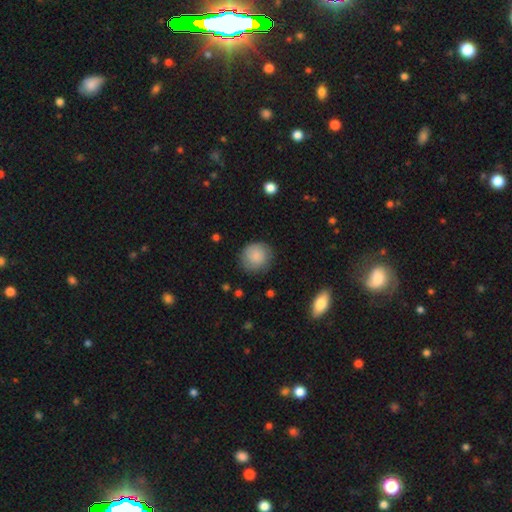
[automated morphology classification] smooth-or-featured: smooth: 84% | featured or disk: 9% | star or artifact: 7%
  how-rounded: round: 89% | in between: 10% | cigar-shaped: 1%
  merging: none: 81% | minor disturbance: 13% | major disturbance: 4% | merger: 1%